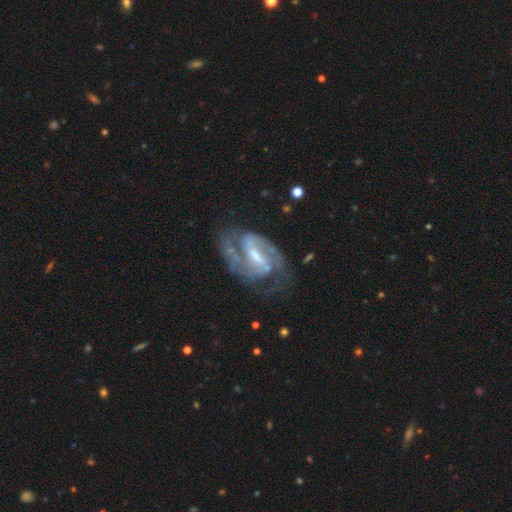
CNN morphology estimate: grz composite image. It shows a featured or disk galaxy (88%) with a weak bar (46%), 2 (77%) medium (54%) spiral arms (94%) and a moderate central bulge (42%). Merging: none (59%).